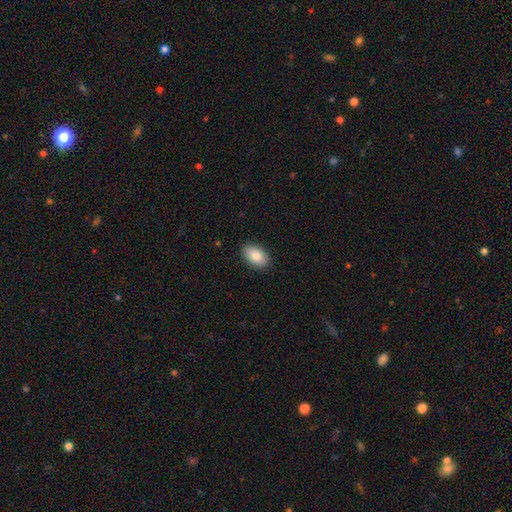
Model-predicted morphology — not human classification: Smooth or featured? smooth (86%)
How rounded? in between (93%)
Merging? none (89%)